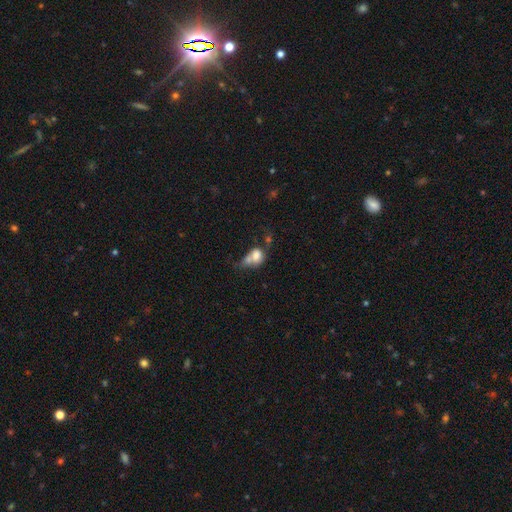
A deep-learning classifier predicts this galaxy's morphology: A smooth galaxy with no disk features (71%) that is in between round and cigar-shaped (52%).

Vote fractions:
- Smooth or featured? smooth: 71% / featured or disk: 18% / star or artifact: 11%
- How rounded? in between: 52% / round: 46% / cigar-shaped: 2%
- Merging? merger: 51% / none: 19% / major disturbance: 16% / minor disturbance: 14%